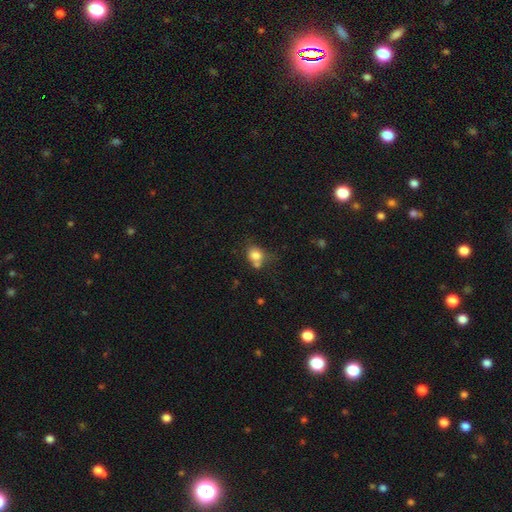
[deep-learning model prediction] smooth 79%, star or artifact 11%, featured or disk 10%. Down the decision tree: how rounded — round (62%); merging — none (46%).